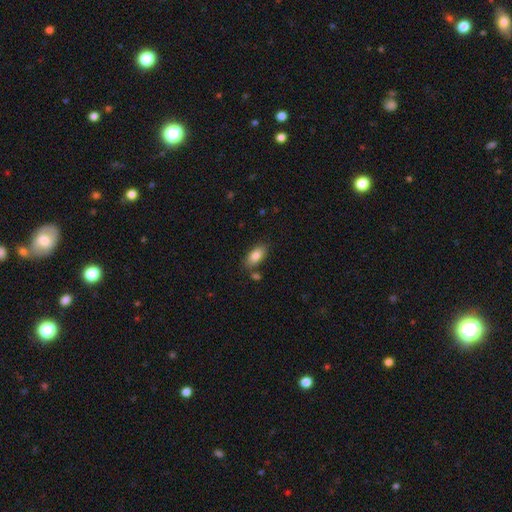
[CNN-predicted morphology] smooth 83%, featured or disk 10%, star or artifact 7%. Down the decision tree: how rounded — in between (89%); merging — none (80%).